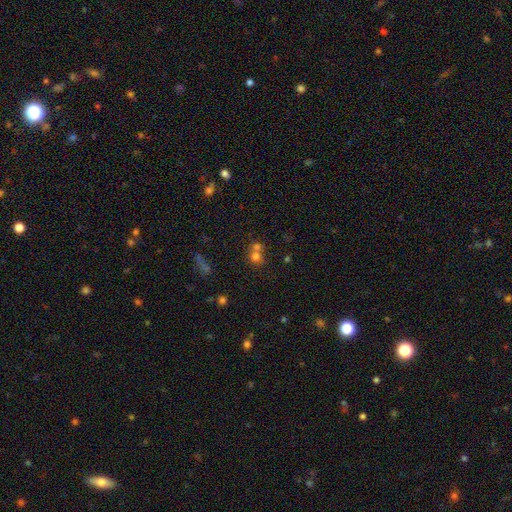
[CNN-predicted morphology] The model was most divided on "merging": merger: 49%, none: 41%, minor disturbance: 6%, major disturbance: 4%. More confident: how rounded — round (81%); smooth or featured — smooth (69%).